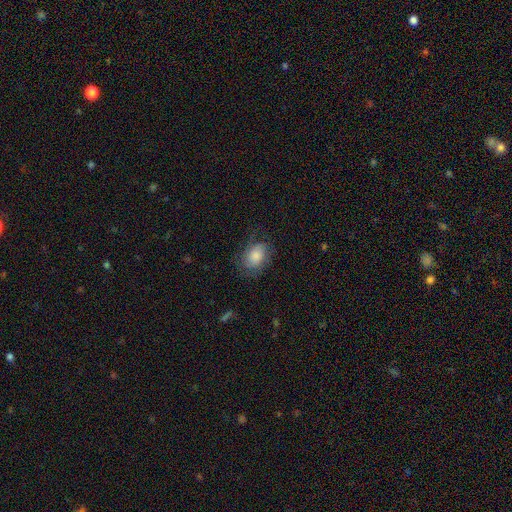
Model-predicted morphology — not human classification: smooth 62%, featured or disk 30%, star or artifact 8%. Down the decision tree: how rounded — in between (76%); merging — none (62%).